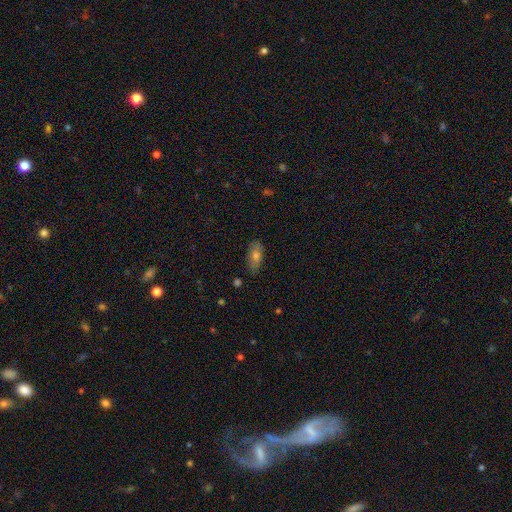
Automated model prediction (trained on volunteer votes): A smooth galaxy with no disk features (70%) that is in between round and cigar-shaped (81%).

Vote fractions:
- Smooth or featured? smooth: 70% / featured or disk: 21% / star or artifact: 9%
- How rounded? in between: 81% / cigar-shaped: 15% / round: 4%
- Merging? none: 82% / minor disturbance: 14% / major disturbance: 2% / merger: 1%